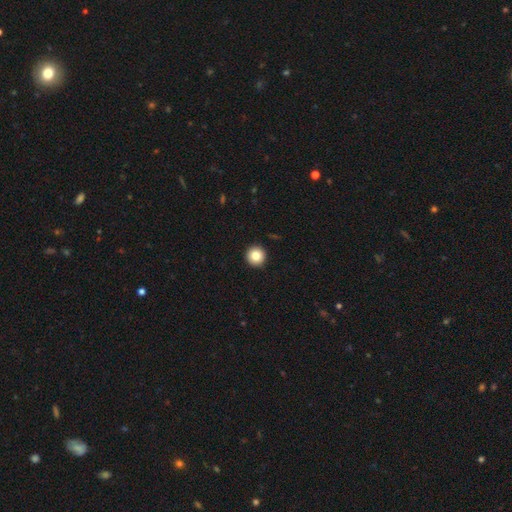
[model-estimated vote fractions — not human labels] This appears to be a smooth galaxy with no disk features (84%) that is round (96%). Merging: none (93%).